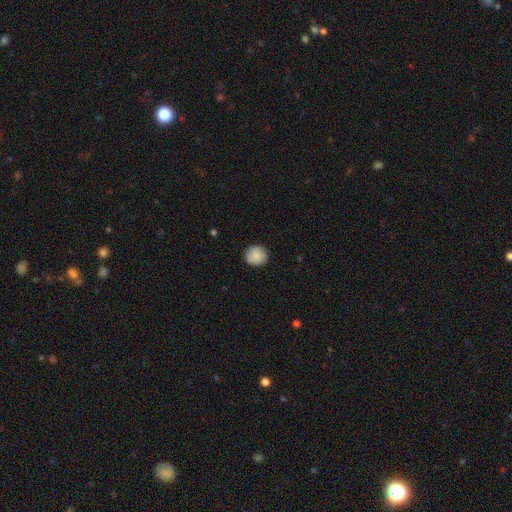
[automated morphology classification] type=smooth (87%); roundness=round (93%); merging=none (88%).